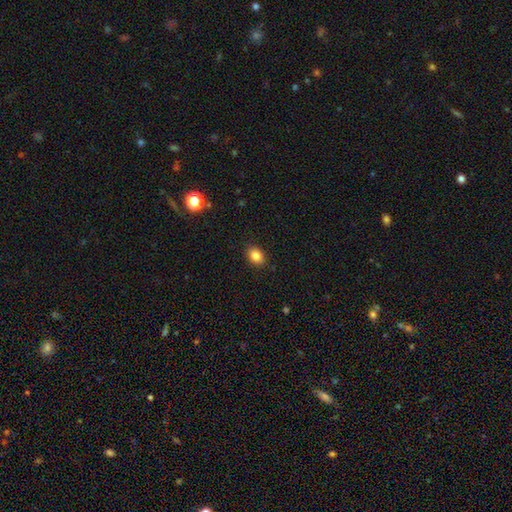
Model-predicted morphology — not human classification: Smooth or featured? Predicted: smooth (p=0.85). How rounded? Predicted: in between (p=0.70). Merging? Predicted: none (p=0.88).